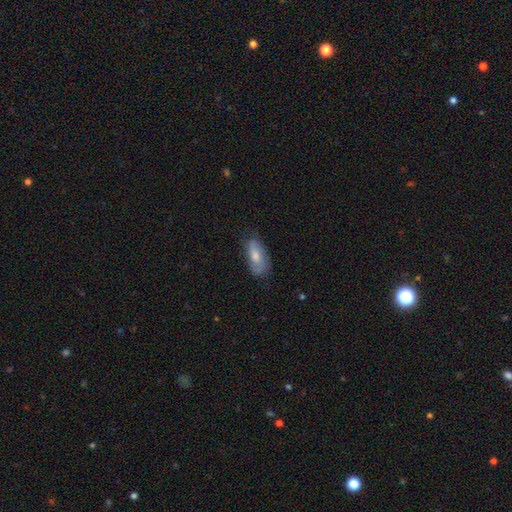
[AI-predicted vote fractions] The model was most divided on "merging": none: 64%, minor disturbance: 27%, major disturbance: 7%, merger: 2%. More confident: how rounded — in between (86%); smooth or featured — smooth (67%).